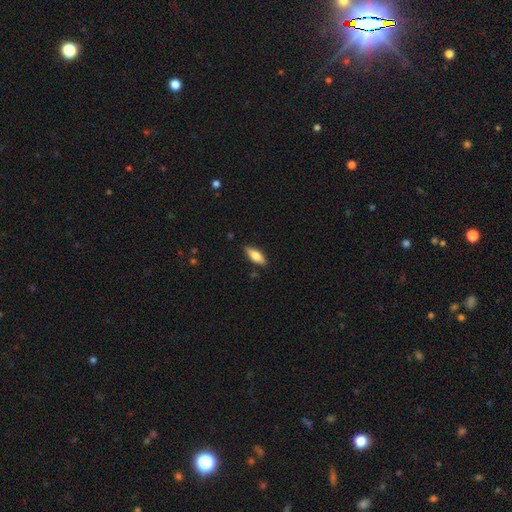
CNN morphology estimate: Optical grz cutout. It shows a smooth galaxy with no disk features (69%) that is in between round and cigar-shaped (65%). Merging: none (84%).